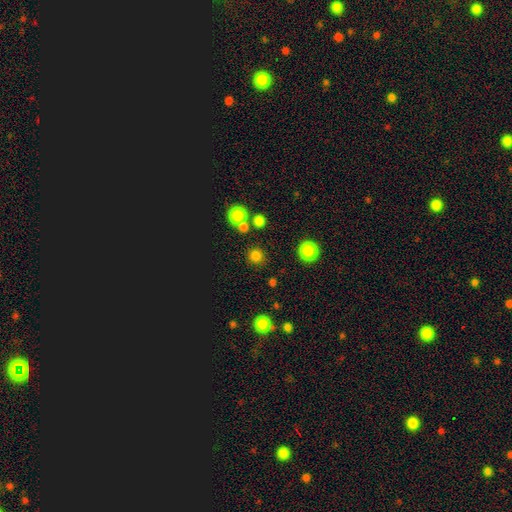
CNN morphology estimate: Smooth or featured? smooth (78%)
How rounded? round (93%)
Merging? none (84%)